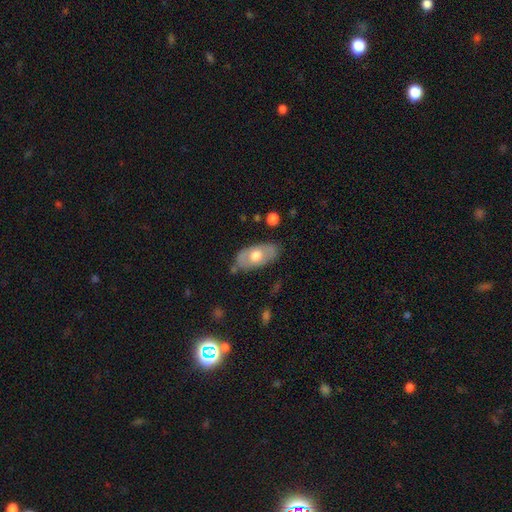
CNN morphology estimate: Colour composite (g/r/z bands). It shows a smooth galaxy with no disk features (51%) that is in between round and cigar-shaped (91%). Merging: none (76%).